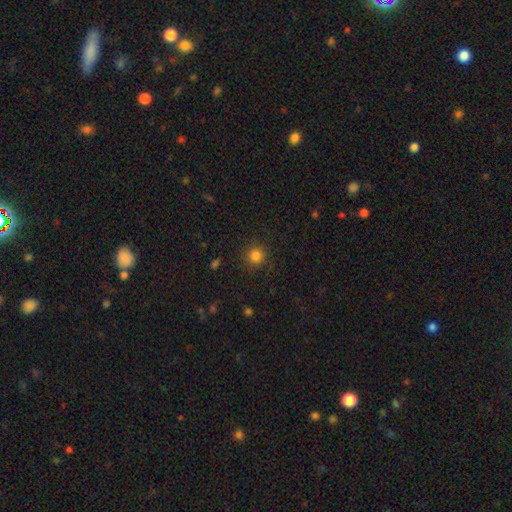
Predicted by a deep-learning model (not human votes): Smooth or featured? smooth (83%)
How rounded? round (91%)
Merging? none (88%)